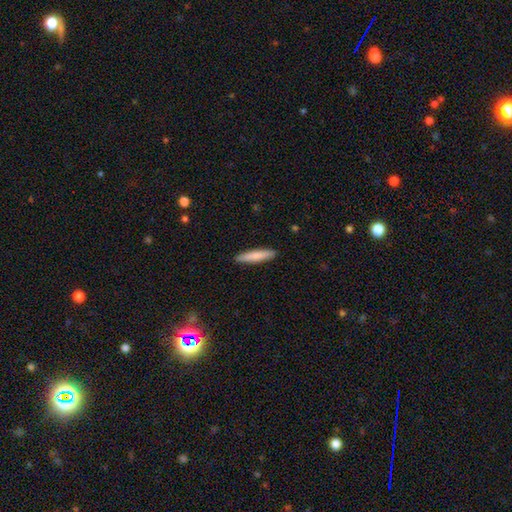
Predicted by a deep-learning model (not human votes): Smooth or featured? Predicted: smooth (p=0.79). How rounded? Predicted: cigar-shaped (p=0.88). Merging? Predicted: none (p=0.90).